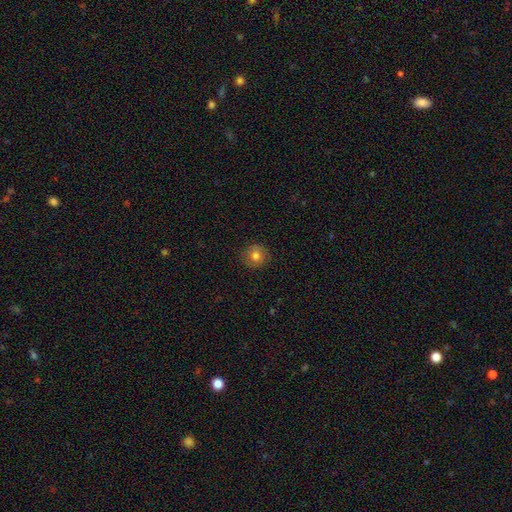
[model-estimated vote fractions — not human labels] smooth 79%, star or artifact 11%, featured or disk 10%. Down the decision tree: how rounded — round (91%); merging — none (89%).